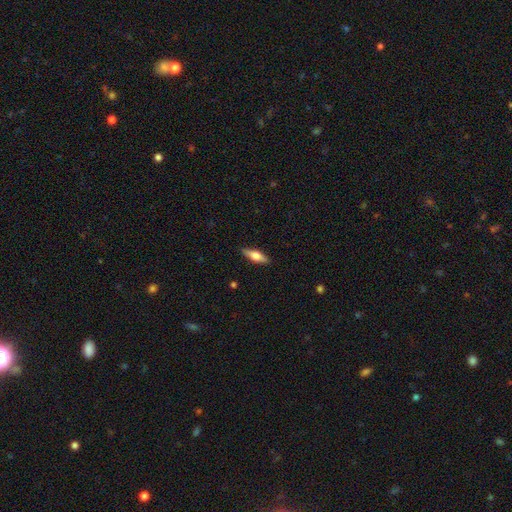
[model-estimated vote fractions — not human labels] Morphology: type=smooth (48%); merging=none (89%).